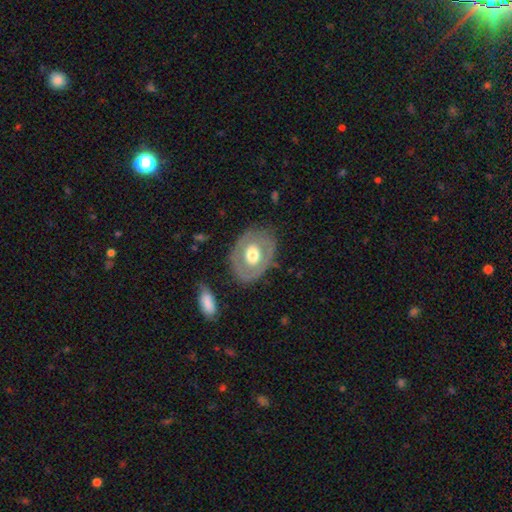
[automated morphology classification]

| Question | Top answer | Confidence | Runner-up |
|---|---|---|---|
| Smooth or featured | featured or disk | 55% | smooth (38%) |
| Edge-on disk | no | 93% | yes (7%) |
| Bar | no | 81% | weak (15%) |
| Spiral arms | no | 78% | yes (22%) |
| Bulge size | moderate | 61% | large (32%) |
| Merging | none | 80% | minor disturbance (14%) |